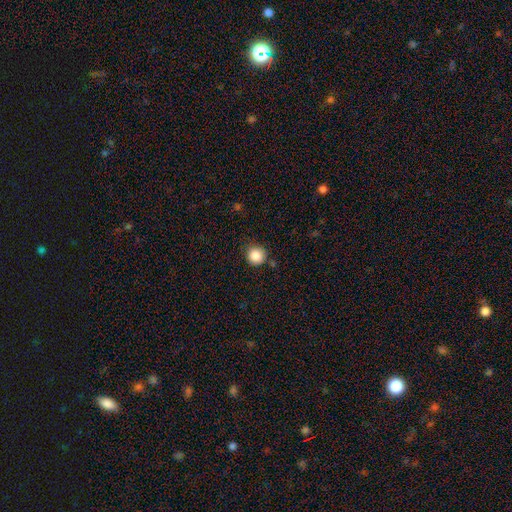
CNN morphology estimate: smooth-or-featured: smooth: 87% | star or artifact: 10% | featured or disk: 3%
  how-rounded: round: 94% | in between: 5% | cigar-shaped: 1%
  merging: none: 84% | minor disturbance: 10% | merger: 3% | major disturbance: 3%